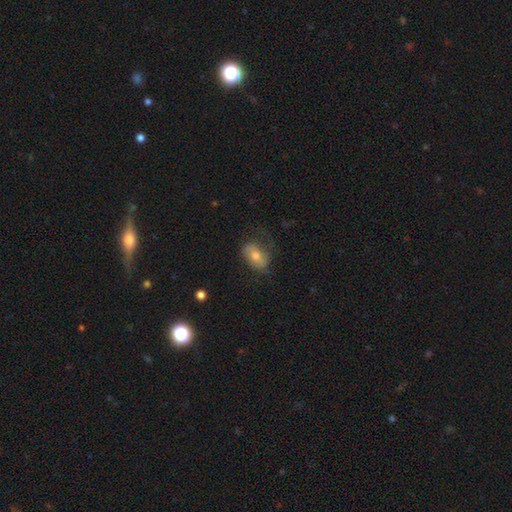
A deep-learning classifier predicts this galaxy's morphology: Smooth or featured?
  - smooth: 56% *
  - featured or disk: 35%
  - star or artifact: 9%
How rounded?
  - in between: 84% *
  - round: 14%
  - cigar-shaped: 2%
Merging?
  - none: 59% *
  - minor disturbance: 24%
  - major disturbance: 15%
  - merger: 2%